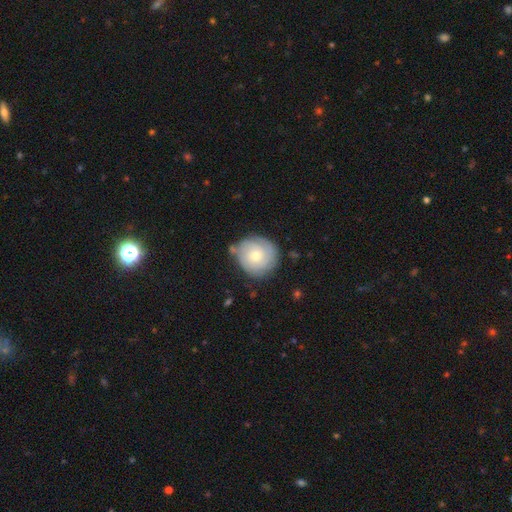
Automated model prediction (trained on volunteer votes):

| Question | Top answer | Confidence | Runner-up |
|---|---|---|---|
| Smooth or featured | featured or disk | 54% | smooth (39%) |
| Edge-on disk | no | 97% | yes (3%) |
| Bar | no | 83% | weak (15%) |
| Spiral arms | yes | 80% | no (20%) |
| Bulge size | moderate | 54% | small (42%) |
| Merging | none | 72% | minor disturbance (20%) |